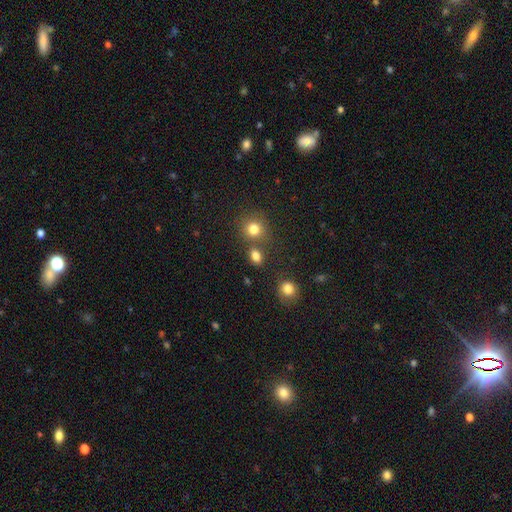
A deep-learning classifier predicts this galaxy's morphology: This appears to be a smooth galaxy with no disk features (82%) that is in between round and cigar-shaped (53%). Merging: none (69%).